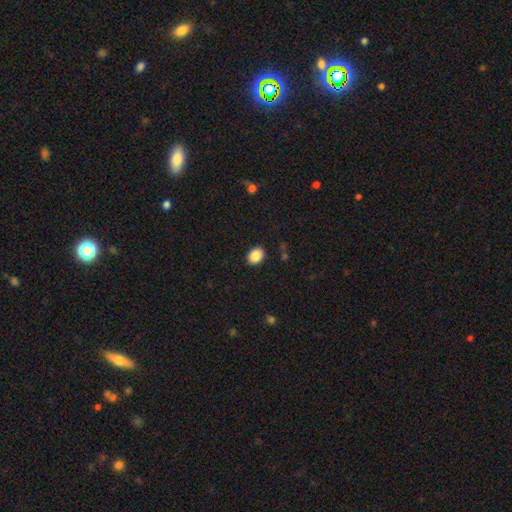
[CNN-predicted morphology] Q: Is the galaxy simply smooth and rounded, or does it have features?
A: smooth — 88%.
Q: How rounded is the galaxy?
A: in between — 65%.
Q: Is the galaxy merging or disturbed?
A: none — 90%.